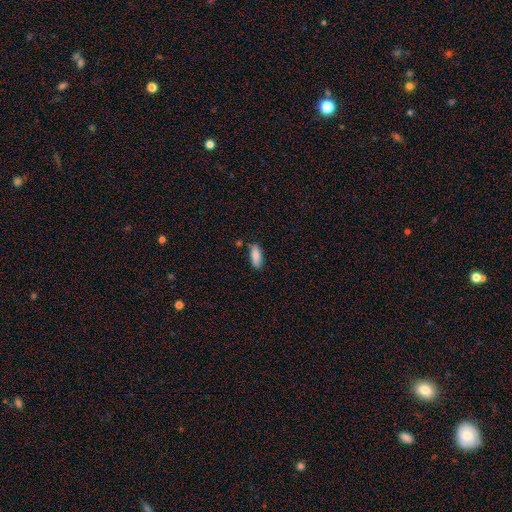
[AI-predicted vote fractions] Smooth or featured?
  - smooth: 87% *
  - star or artifact: 7%
  - featured or disk: 6%
How rounded?
  - in between: 75% *
  - cigar-shaped: 23%
  - round: 2%
Merging?
  - none: 74% *
  - minor disturbance: 17%
  - merger: 6%
  - major disturbance: 3%